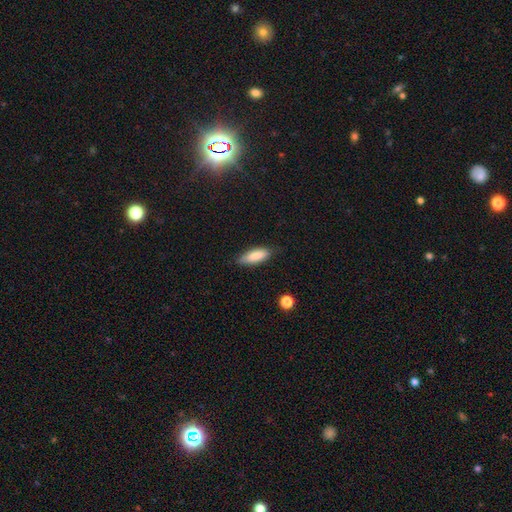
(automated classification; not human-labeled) Smooth or featured? Predicted: smooth (p=0.84). How rounded? Predicted: in between (p=0.68). Merging? Predicted: none (p=0.81).